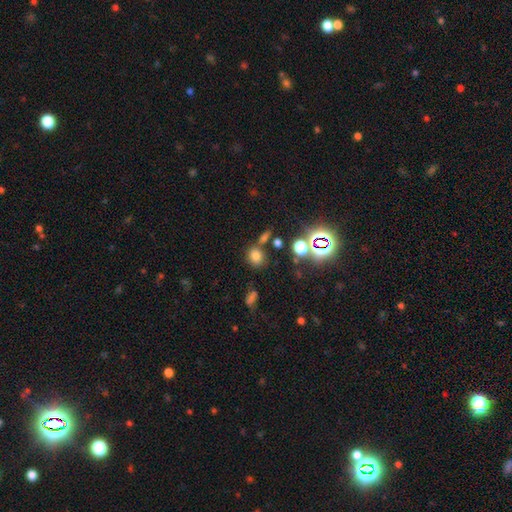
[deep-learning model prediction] Morphology: type=smooth (72%); roundness=round (64%); merging=none (70%).